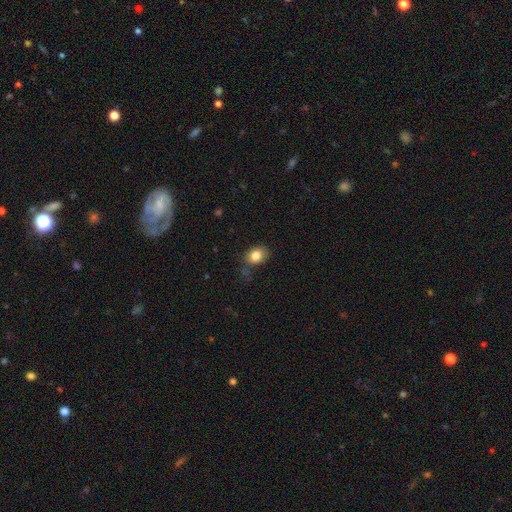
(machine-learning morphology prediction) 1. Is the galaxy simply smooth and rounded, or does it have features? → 84% smooth, 9% star or artifact, 7% featured or disk.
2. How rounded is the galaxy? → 60% in between, 39% round, 1% cigar-shaped.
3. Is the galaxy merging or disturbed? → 71% none, 21% minor disturbance, 5% major disturbance, 3% merger.